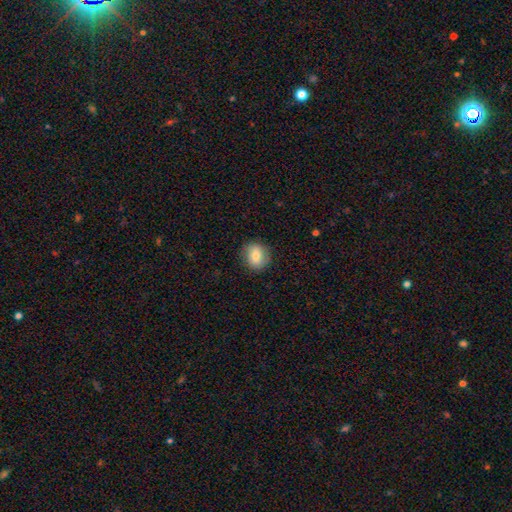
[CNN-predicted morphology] smooth_or_featured: smooth (p=0.77) [alt: featured or disk p=0.15]
how_rounded: round (p=0.71) [alt: in between p=0.28]
merging: none (p=0.85) [alt: minor disturbance p=0.11]